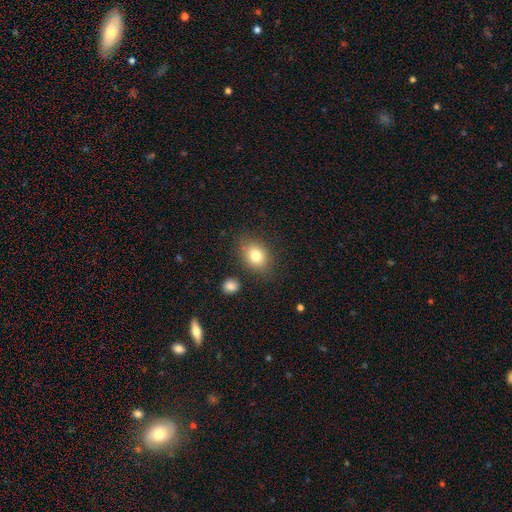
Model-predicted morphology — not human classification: A smooth galaxy with no disk features (80%) that is in between round and cigar-shaped (64%). Merging: none (80%).